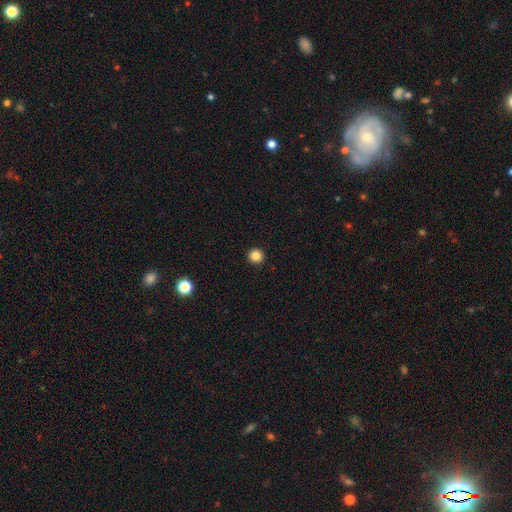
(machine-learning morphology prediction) smooth 85%, star or artifact 11%, featured or disk 4%. Down the decision tree: how rounded — round (95%); merging — none (94%).